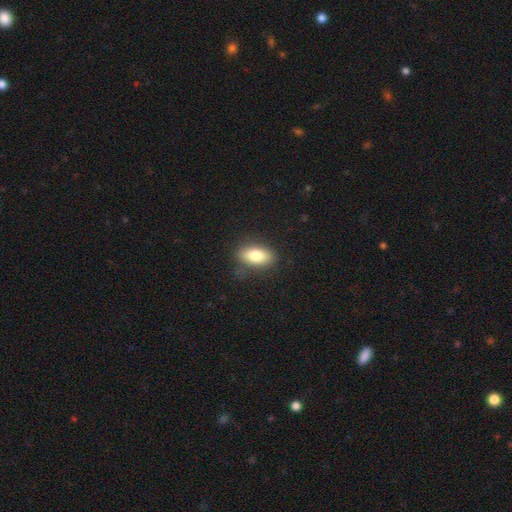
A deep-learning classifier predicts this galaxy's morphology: Smooth or featured: smooth — 77% (featured or disk — 16%)
How rounded: in between — 86% (cigar-shaped — 8%)
Merging: none — 82% (minor disturbance — 13%)